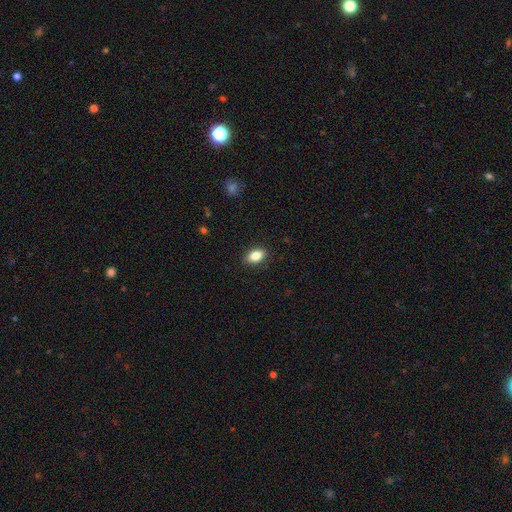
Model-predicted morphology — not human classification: type=smooth (86%); roundness=in between (88%); merging=none (88%).